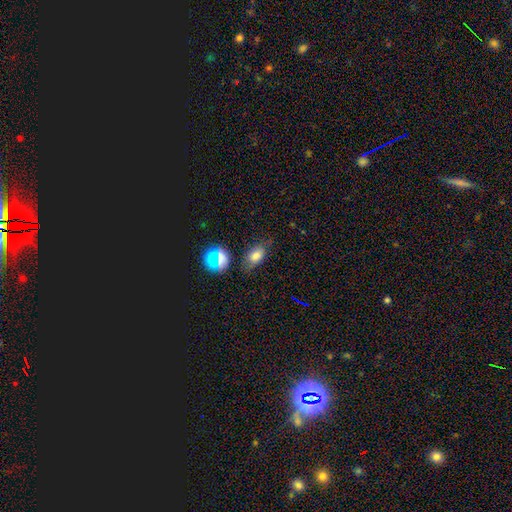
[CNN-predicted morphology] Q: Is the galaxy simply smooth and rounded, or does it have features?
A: smooth — 76%.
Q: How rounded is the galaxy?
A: in between — 83%.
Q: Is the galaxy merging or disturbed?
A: none — 70%.